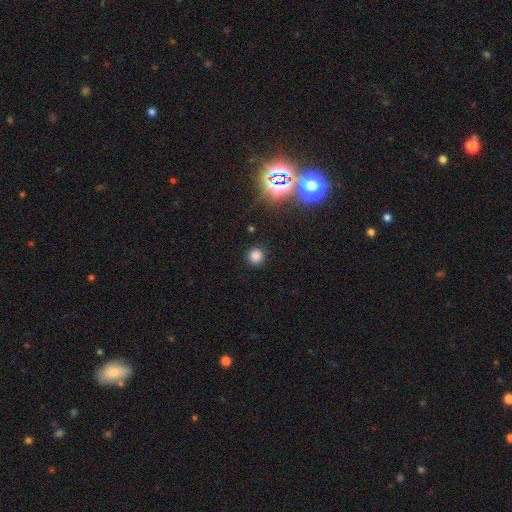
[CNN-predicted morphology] A smooth galaxy with no disk features (77%) that is round (93%). Merging: none (90%).